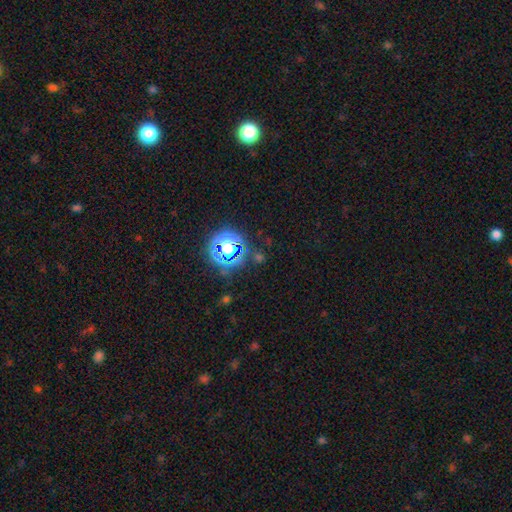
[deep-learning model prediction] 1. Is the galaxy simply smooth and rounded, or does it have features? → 67% star or artifact, 25% smooth, 8% featured or disk.